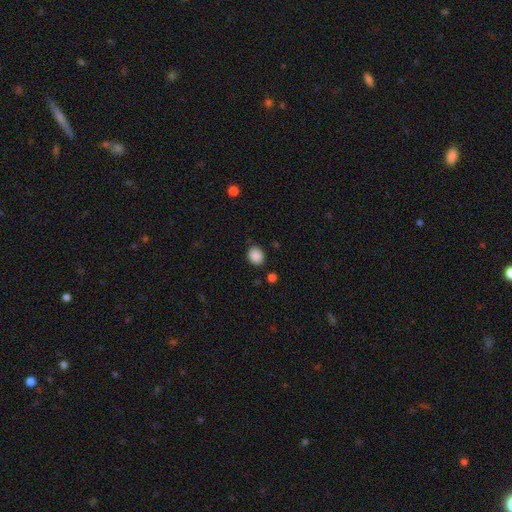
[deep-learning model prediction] Morphology: type=smooth (88%); roundness=round (62%); merging=none (85%).